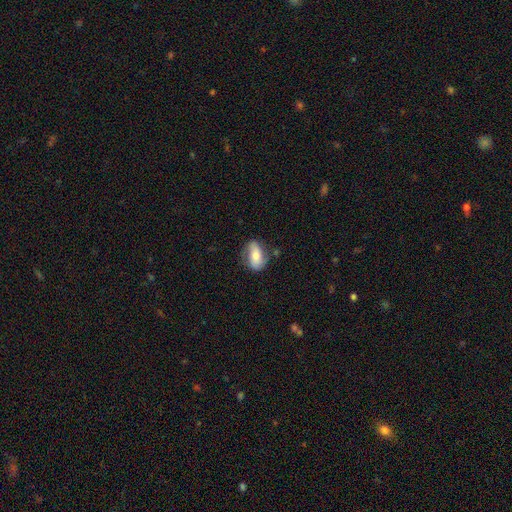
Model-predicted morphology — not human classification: This appears to be a smooth galaxy with no disk features (53%) that is in between round and cigar-shaped (85%). Merging: none (65%).